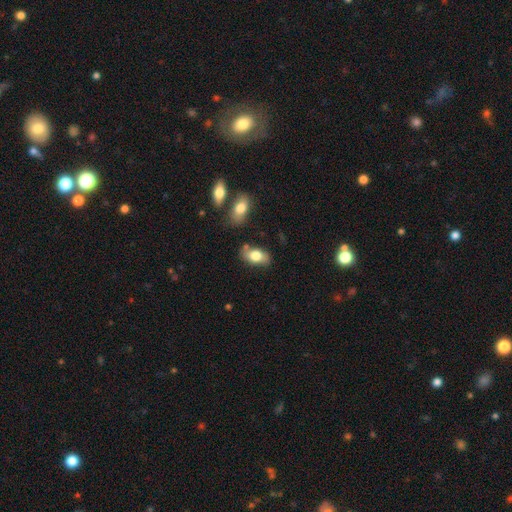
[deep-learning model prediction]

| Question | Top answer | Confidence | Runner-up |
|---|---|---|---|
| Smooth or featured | smooth | 75% | featured or disk (19%) |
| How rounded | in between | 91% | round (6%) |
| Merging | none | 72% | minor disturbance (18%) |